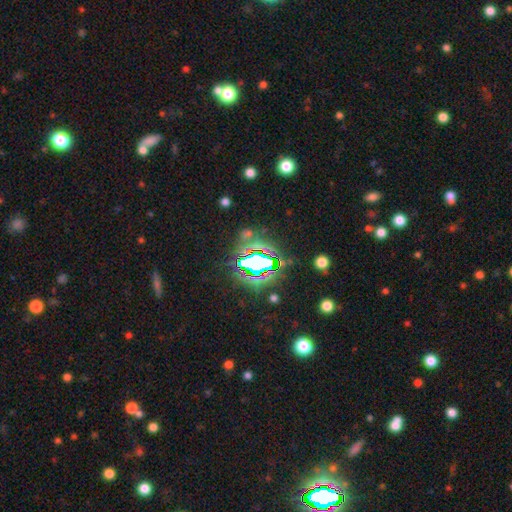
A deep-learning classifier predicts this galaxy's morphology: This appears to be a star or artifact, not a galaxy (83%).